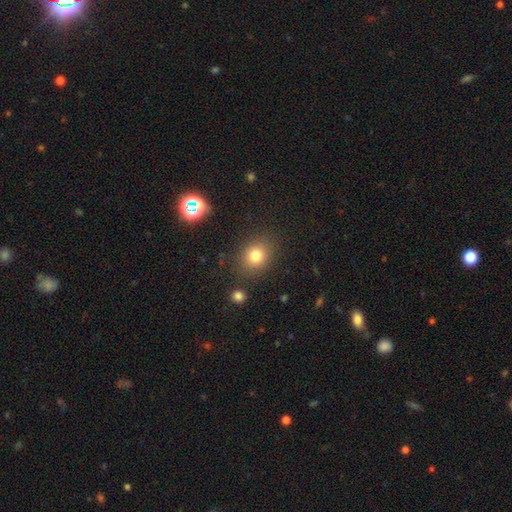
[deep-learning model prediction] Smooth or featured: smooth — 79% (star or artifact — 13%)
How rounded: round — 62% (in between — 37%)
Merging: none — 82% (minor disturbance — 11%)